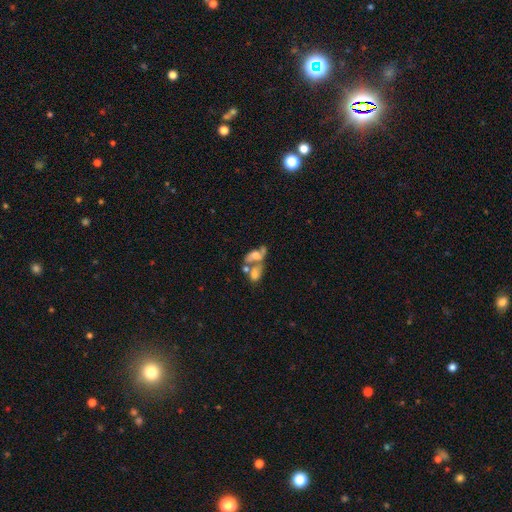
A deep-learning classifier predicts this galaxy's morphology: featured or disk 48%, smooth 39%, star or artifact 13%. Down the decision tree: merging — merger (66%).